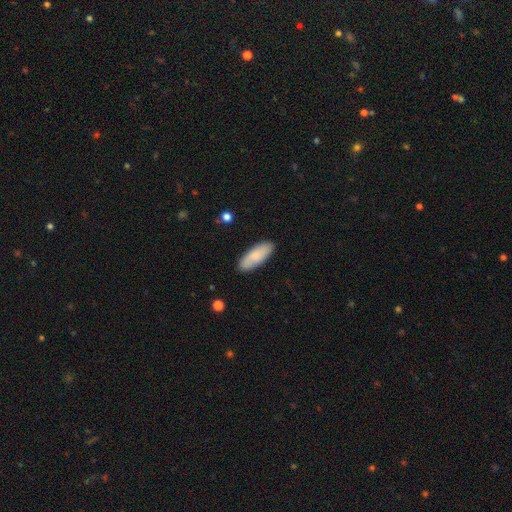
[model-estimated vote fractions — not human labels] Morphology: type=smooth (81%); roundness=in between (73%); merging=none (86%).